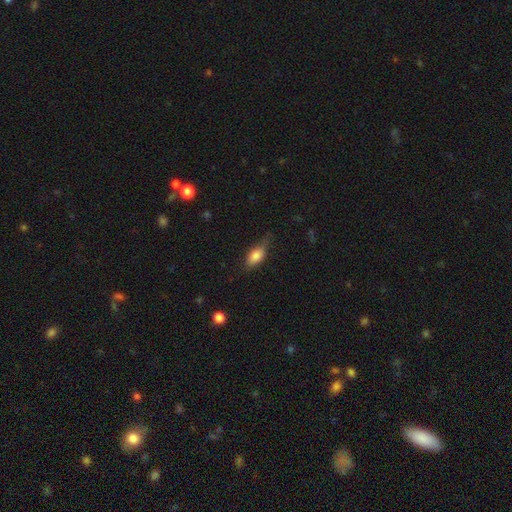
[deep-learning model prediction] This is likely a smooth galaxy (79%). How rounded: clearly in between (84%). Merging: possibly none (57%).